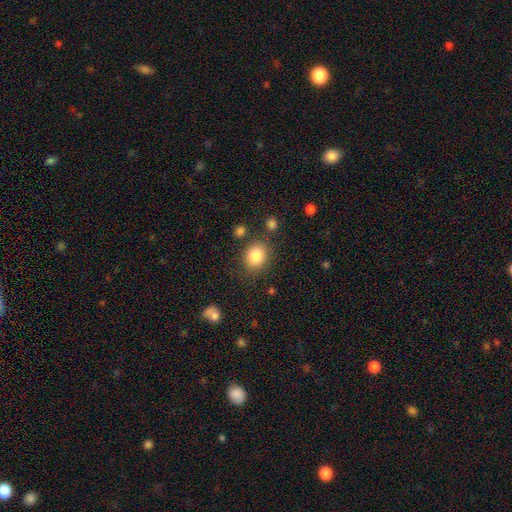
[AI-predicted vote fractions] The model was most divided on "how rounded": round: 65%, in between: 34%, cigar-shaped: 1%. More confident: smooth or featured — smooth (85%); merging — none (79%).